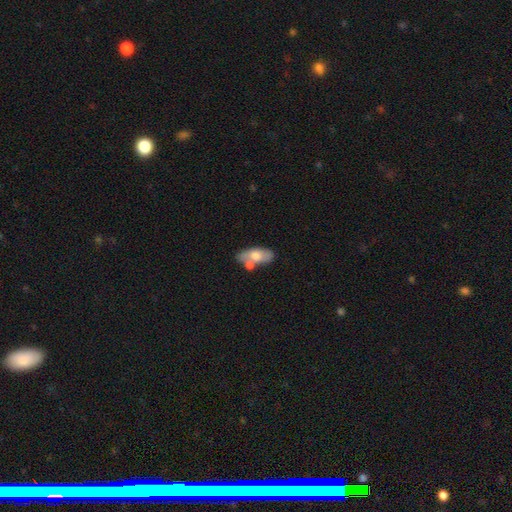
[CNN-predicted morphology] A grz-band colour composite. It shows a smooth galaxy with no disk features (62%) that is in between round and cigar-shaped (88%). Merging: none (45%).